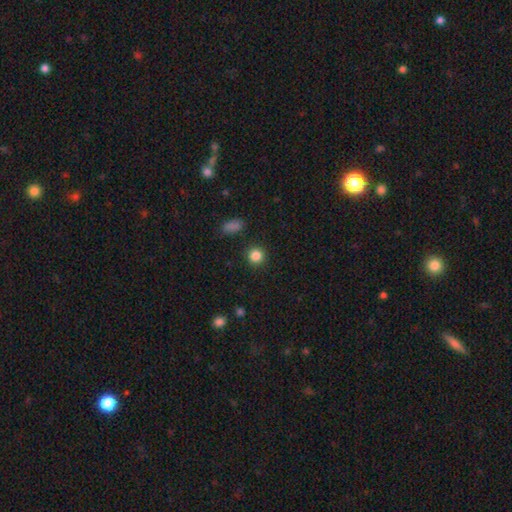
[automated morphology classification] type=smooth (85%); roundness=round (91%); merging=none (90%).